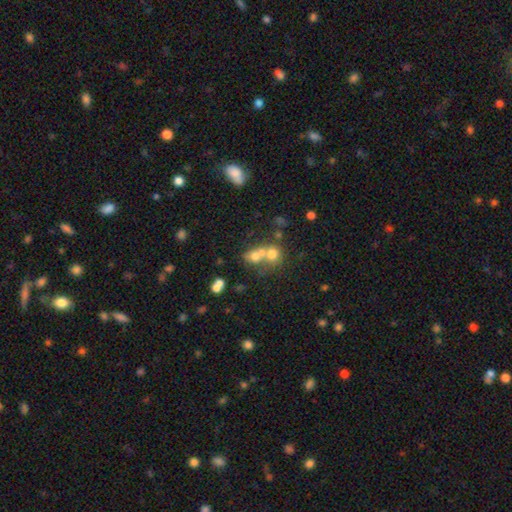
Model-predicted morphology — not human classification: smooth 64%, featured or disk 20%, star or artifact 16%. Down the decision tree: how rounded — round (64%); merging — merger (59%).